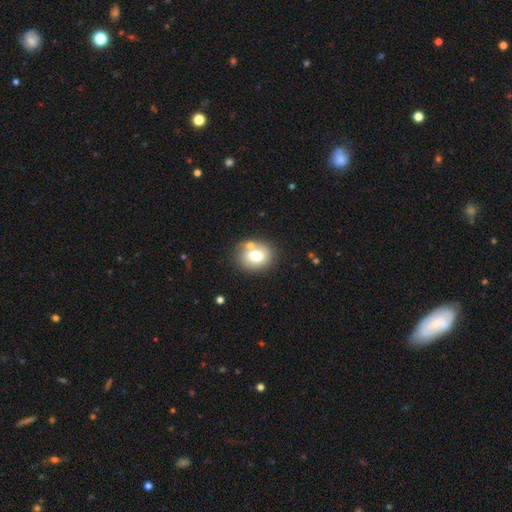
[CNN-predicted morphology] Overall: smooth (70%). How rounded: round (62%; in between 37%). Merging: none (66%).